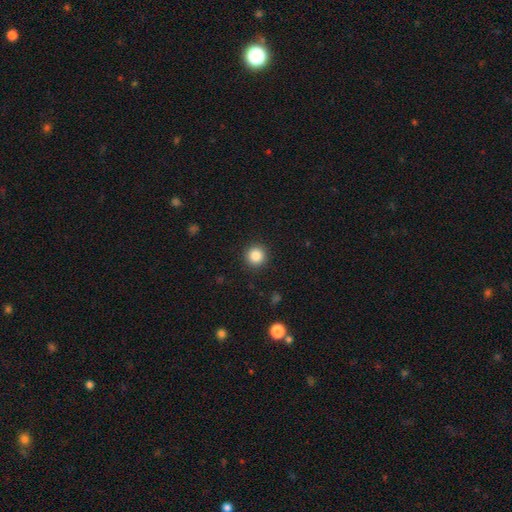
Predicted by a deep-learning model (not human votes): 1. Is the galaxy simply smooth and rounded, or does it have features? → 86% smooth, 10% star or artifact, 4% featured or disk.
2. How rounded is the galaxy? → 95% round, 4% in between, 1% cigar-shaped.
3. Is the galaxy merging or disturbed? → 91% none, 5% minor disturbance, 2% major disturbance, 1% merger.